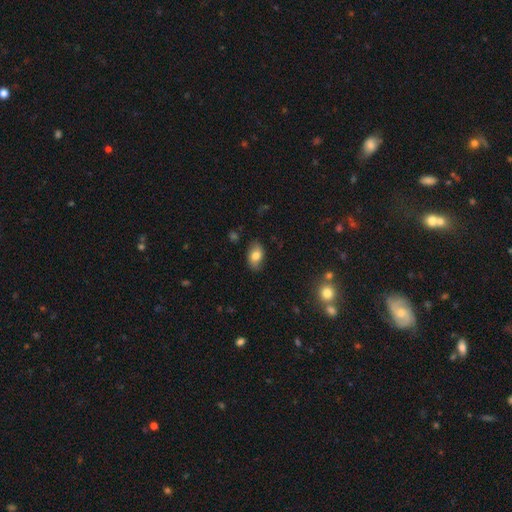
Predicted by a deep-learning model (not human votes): smooth_or_featured: smooth (p=0.78) [alt: featured or disk p=0.14]
how_rounded: in between (p=0.90) [alt: round p=0.08]
merging: none (p=0.82) [alt: minor disturbance p=0.14]